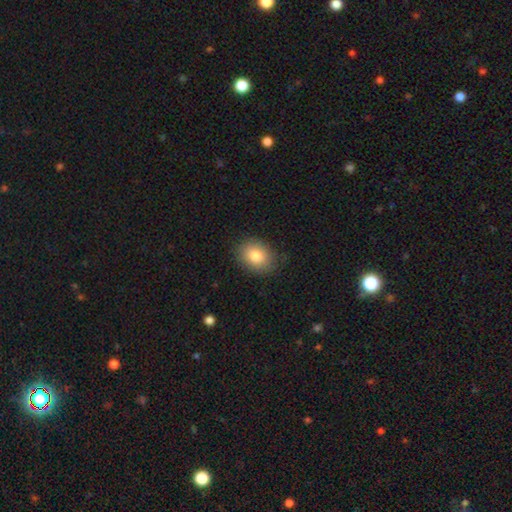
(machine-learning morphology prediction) Smooth or featured? smooth (82%)
How rounded? in between (57%)
Merging? none (83%)